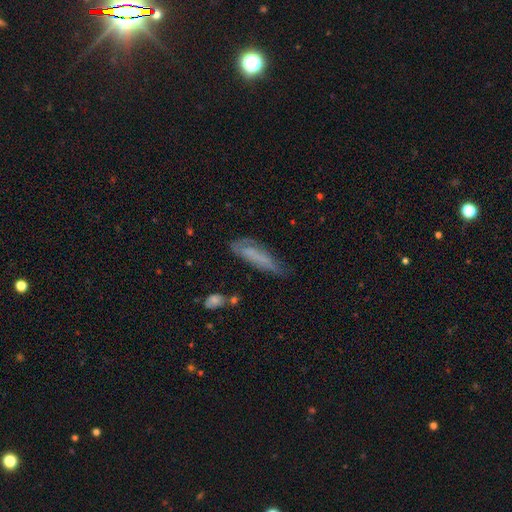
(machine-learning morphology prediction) smooth_or_featured: smooth (p=0.50) [alt: featured or disk p=0.39]
how_rounded: cigar-shaped (p=0.66) [alt: in between p=0.32]
merging: none (p=0.52) [alt: minor disturbance p=0.30]